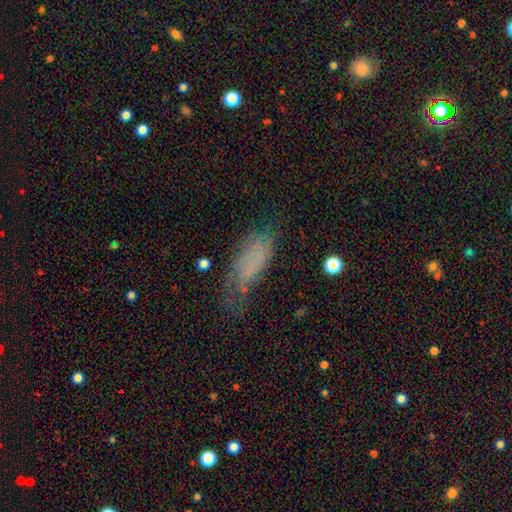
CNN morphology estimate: This appears to be a smooth galaxy with no disk features (56%) that is in between round and cigar-shaped (78%). Merging: none (39%).